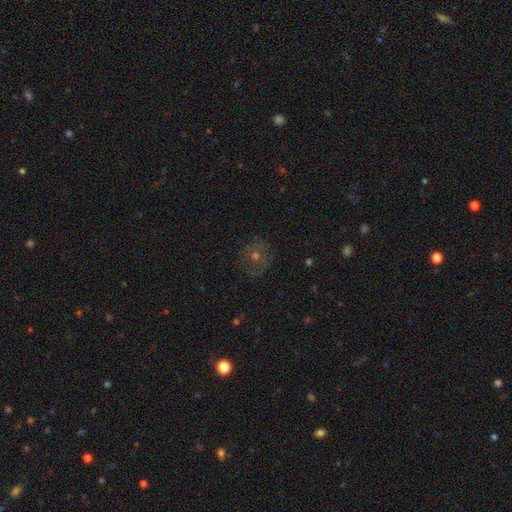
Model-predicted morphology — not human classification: The model was most divided on "smooth or featured": smooth: 41%, featured or disk: 33%, star or artifact: 26%. More confident: merging — none (79%).